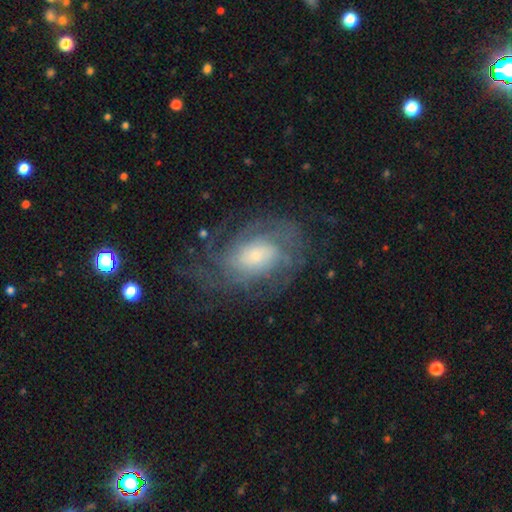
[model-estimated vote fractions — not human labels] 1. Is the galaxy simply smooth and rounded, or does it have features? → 78% featured or disk, 14% smooth, 8% star or artifact.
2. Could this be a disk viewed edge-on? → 96% no, 4% yes.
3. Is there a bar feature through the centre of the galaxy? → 68% no, 26% weak, 6% strong.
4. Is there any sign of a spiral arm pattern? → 91% yes, 9% no.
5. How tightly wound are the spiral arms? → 53% tight, 34% medium, 14% loose.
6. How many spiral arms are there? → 43% can't tell, 16% 4, 13% 2, 13% 3, 9% more than 4, 6% 1.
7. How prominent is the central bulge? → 48% small, 30% moderate, 16% large, 3% none, 2% dominant.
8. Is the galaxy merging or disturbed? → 66% none, 17% minor disturbance, 15% major disturbance, 1% merger.